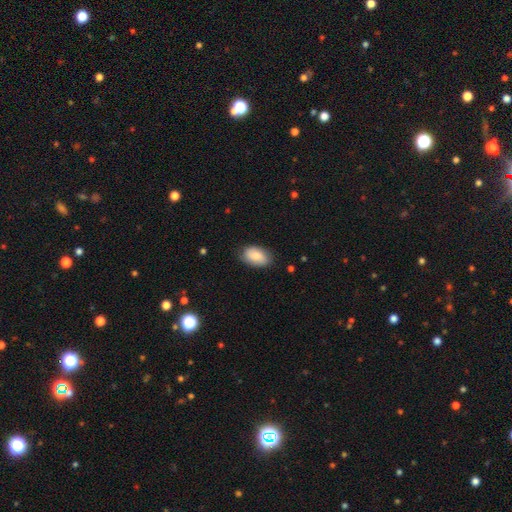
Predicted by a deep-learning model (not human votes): Smooth or featured? Predicted: smooth (p=0.81). How rounded? Predicted: in between (p=0.92). Merging? Predicted: none (p=0.80).